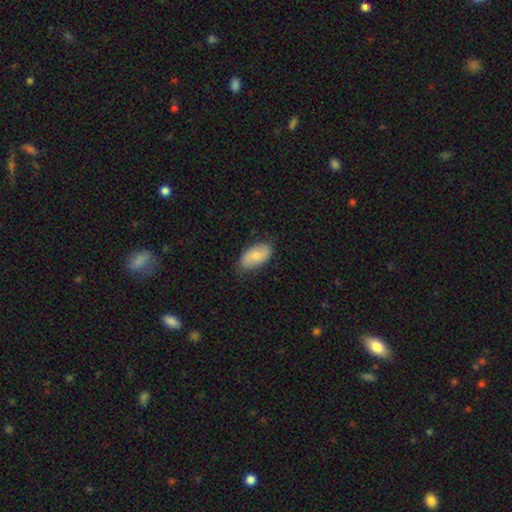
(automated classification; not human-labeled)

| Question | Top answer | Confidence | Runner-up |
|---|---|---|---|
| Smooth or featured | smooth | 73% | featured or disk (21%) |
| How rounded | in between | 94% | round (3%) |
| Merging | none | 80% | minor disturbance (16%) |